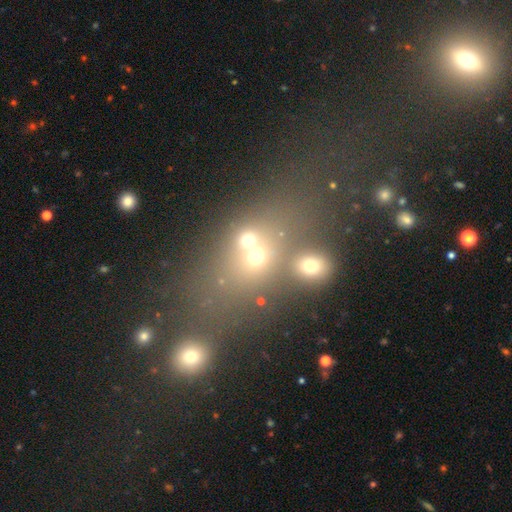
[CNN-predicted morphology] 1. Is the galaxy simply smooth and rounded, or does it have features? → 59% smooth, 23% star or artifact, 18% featured or disk.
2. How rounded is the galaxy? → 50% in between, 47% round, 3% cigar-shaped.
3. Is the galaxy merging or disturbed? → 51% merger, 33% none, 8% minor disturbance, 7% major disturbance.